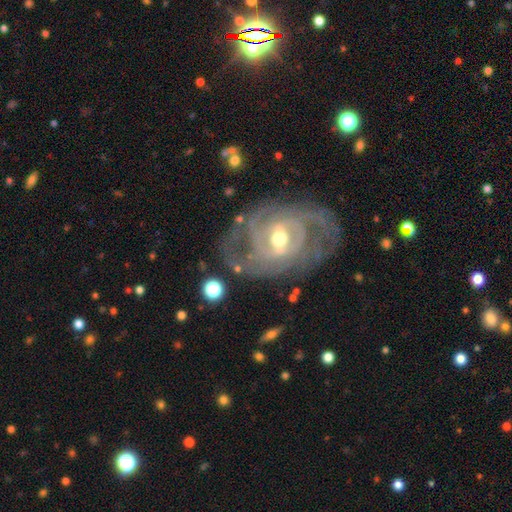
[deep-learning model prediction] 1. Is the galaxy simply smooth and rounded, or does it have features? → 88% featured or disk, 6% star or artifact, 5% smooth.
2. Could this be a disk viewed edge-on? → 96% no, 4% yes.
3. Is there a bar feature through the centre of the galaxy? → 46% weak, 28% strong, 25% no.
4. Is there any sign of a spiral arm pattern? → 96% yes, 4% no.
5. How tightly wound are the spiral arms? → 64% tight, 29% medium, 7% loose.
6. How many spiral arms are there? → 29% 2, 27% can't tell, 21% 3, 11% 4, 6% more than 4, 6% 1.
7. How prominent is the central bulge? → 57% moderate, 38% small, 3% large, 1% none, 1% dominant.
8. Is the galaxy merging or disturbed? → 72% none, 17% minor disturbance, 9% major disturbance, 2% merger.